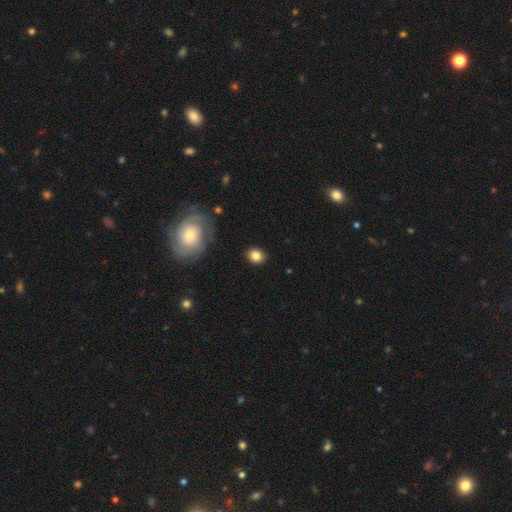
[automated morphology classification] This is clearly a smooth galaxy (83%). How rounded: likely round (67%). Merging: clearly none (87%).